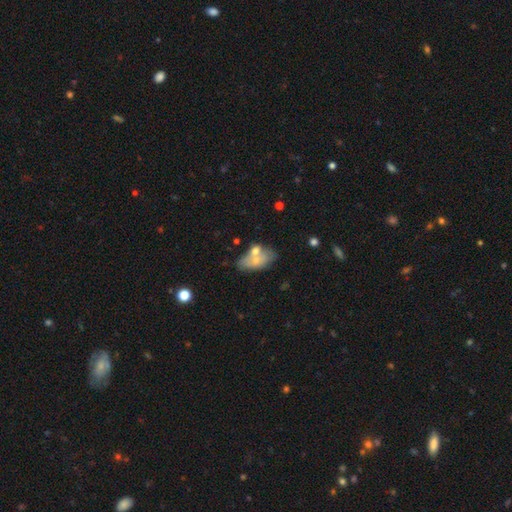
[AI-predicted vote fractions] Q: Smooth or featured?
A: smooth (59%); runner-up: featured or disk (33%)
Q: How rounded?
A: in between (89%); runner-up: round (6%)
Q: Merging?
A: none (42%); runner-up: merger (29%)